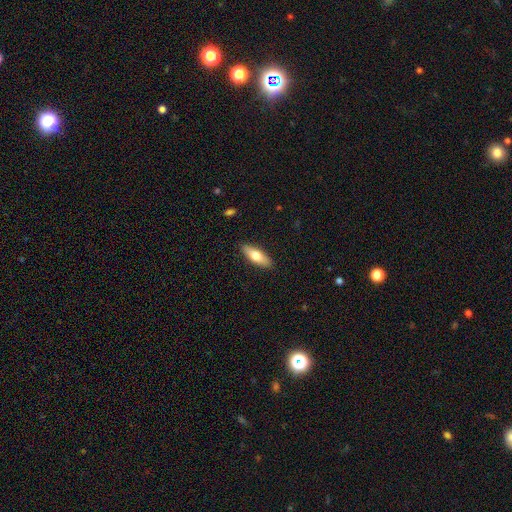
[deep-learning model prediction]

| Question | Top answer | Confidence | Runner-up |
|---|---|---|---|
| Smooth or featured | smooth | 71% | featured or disk (23%) |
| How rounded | in between | 63% | cigar-shaped (35%) |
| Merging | none | 89% | minor disturbance (9%) |